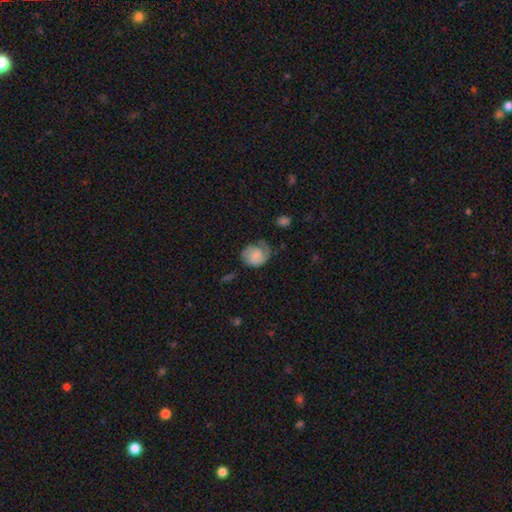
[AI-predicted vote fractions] Smooth or featured?
  - smooth: 51% *
  - featured or disk: 42%
  - star or artifact: 8%
How rounded?
  - round: 59% *
  - in between: 40%
  - cigar-shaped: 1%
Merging?
  - none: 48% *
  - minor disturbance: 30%
  - major disturbance: 20%
  - merger: 2%